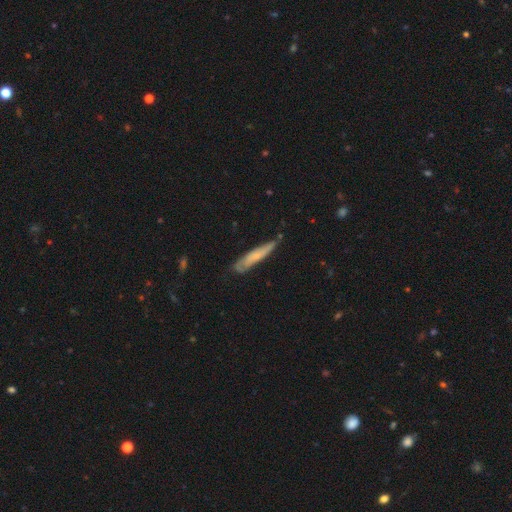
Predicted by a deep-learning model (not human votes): A smooth galaxy with no disk features (55%) that is cigar-shaped (88%).

Vote fractions:
- Smooth or featured? smooth: 55% / featured or disk: 39% / star or artifact: 6%
- How rounded? cigar-shaped: 88% / in between: 10% / round: 2%
- Merging? none: 64% / minor disturbance: 27% / major disturbance: 6% / merger: 3%